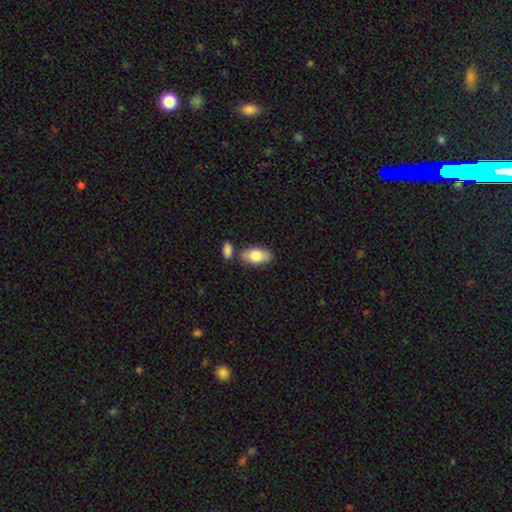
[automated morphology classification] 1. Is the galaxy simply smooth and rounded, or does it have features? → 81% smooth, 14% featured or disk, 5% star or artifact.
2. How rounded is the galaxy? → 93% in between, 3% round, 3% cigar-shaped.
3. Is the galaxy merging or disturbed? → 71% none, 14% merger, 13% minor disturbance, 3% major disturbance.